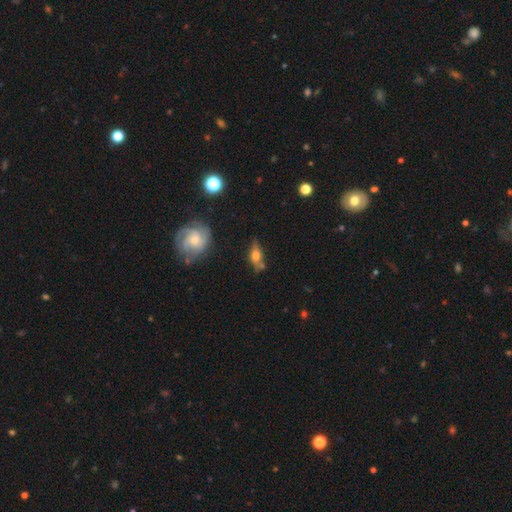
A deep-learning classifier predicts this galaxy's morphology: Overall: featured or disk (46%; smooth 45%). Merging: none (61%; minor disturbance 22%).